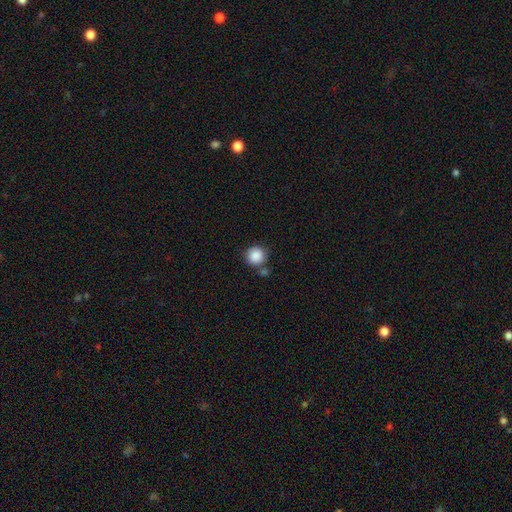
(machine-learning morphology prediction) A smooth galaxy with no disk features (88%) that is round (93%). Merging: none (73%).